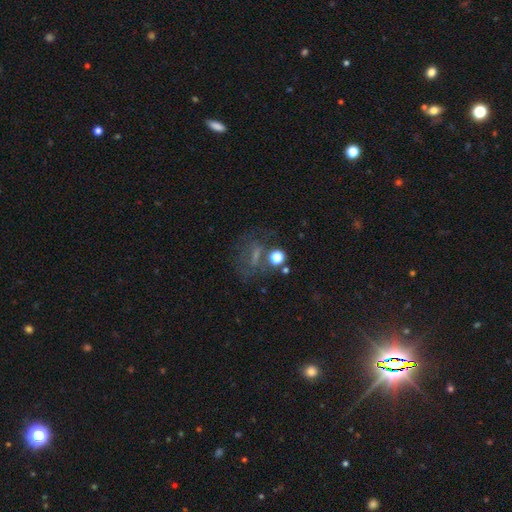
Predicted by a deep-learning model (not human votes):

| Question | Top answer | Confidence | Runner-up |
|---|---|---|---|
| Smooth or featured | star or artifact | 36% | smooth (33%) |